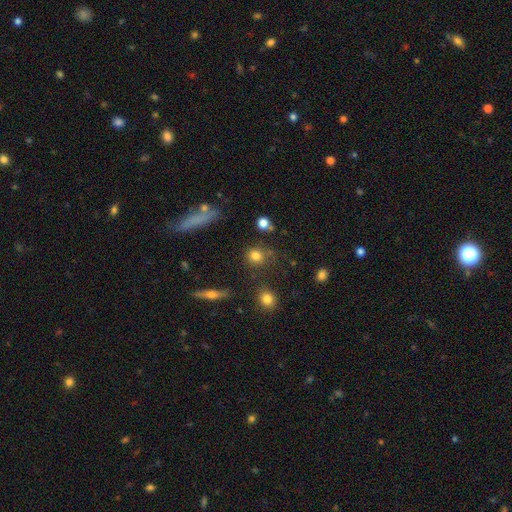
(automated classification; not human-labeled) smooth_or_featured: smooth (p=0.79) [alt: star or artifact p=0.13]
how_rounded: round (p=0.83) [alt: in between p=0.15]
merging: none (p=0.76) [alt: minor disturbance p=0.12]